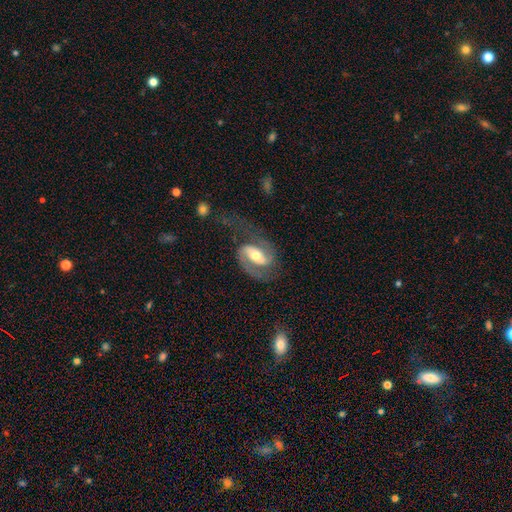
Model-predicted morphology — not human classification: Smooth or featured? featured or disk (84%)
Edge-on disk? no (96%)
Bar? weak (38%)
Spiral arms? yes (94%)
Spiral winding? medium (48%)
Spiral arm count? 2 (81%)
Bulge size? moderate (67%)
Merging? none (43%)